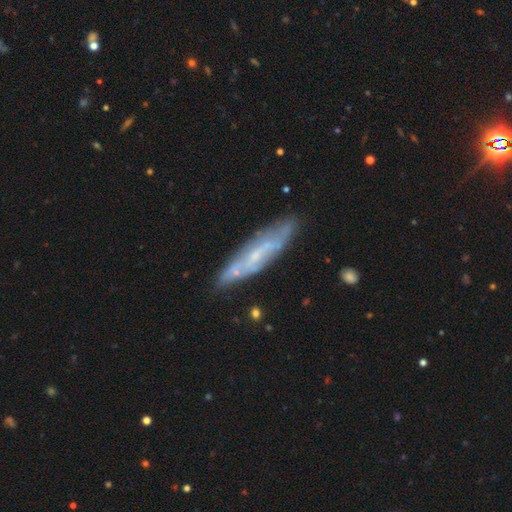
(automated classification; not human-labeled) Overall: featured or disk (67%). Edge-on disk: no (53%; yes 47%). Merging: none (76%).